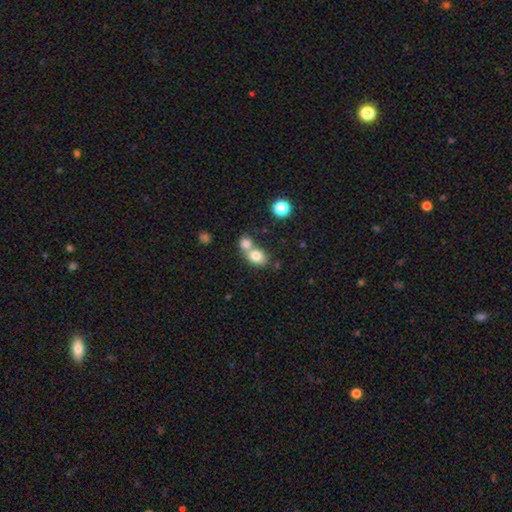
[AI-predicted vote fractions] Smooth or featured: smooth — 79% (featured or disk — 11%)
How rounded: in between — 50% (round — 48%)
Merging: merger — 57% (none — 33%)